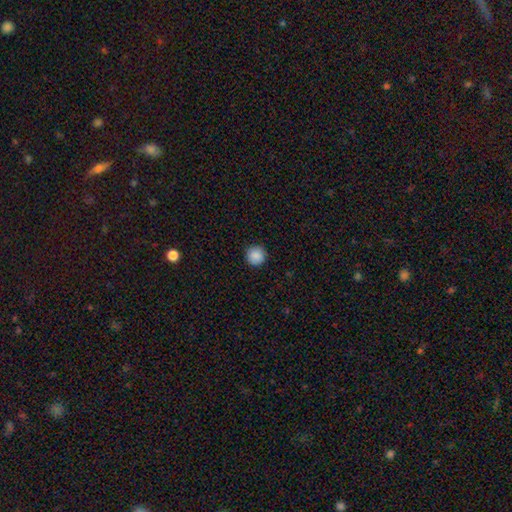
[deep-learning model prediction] Overall: smooth (88%). How rounded: round (95%). Merging: none (91%).